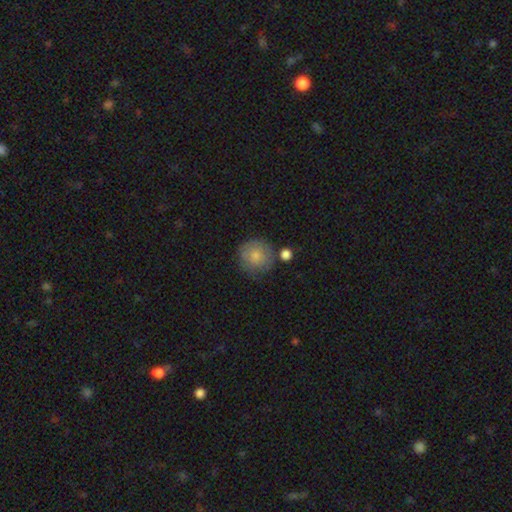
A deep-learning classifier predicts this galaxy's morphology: The model was most divided on "merging": none: 69%, minor disturbance: 18%, merger: 8%, major disturbance: 6%. More confident: how rounded — round (93%); smooth or featured — smooth (77%).